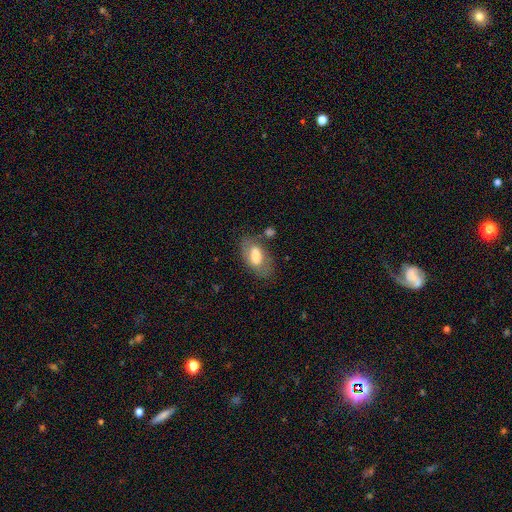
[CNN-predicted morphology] This is likely a smooth galaxy (62%). How rounded: clearly in between (91%). Merging: likely none (65%).